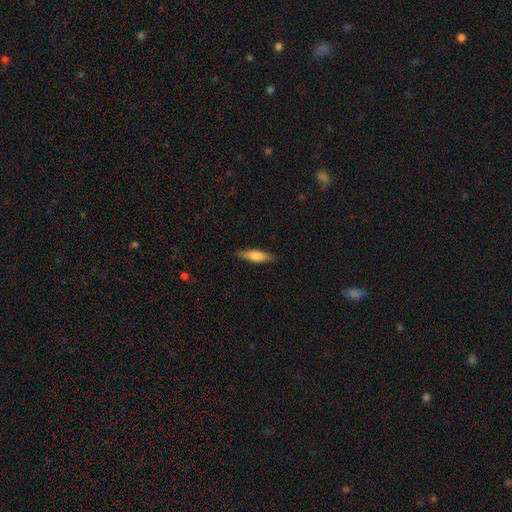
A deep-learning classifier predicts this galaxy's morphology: A smooth galaxy with no disk features (65%) that is cigar-shaped (67%).

Vote fractions:
- Smooth or featured? smooth: 65% / featured or disk: 29% / star or artifact: 6%
- How rounded? cigar-shaped: 67% / in between: 31% / round: 2%
- Merging? none: 86% / minor disturbance: 10% / major disturbance: 2% / merger: 1%